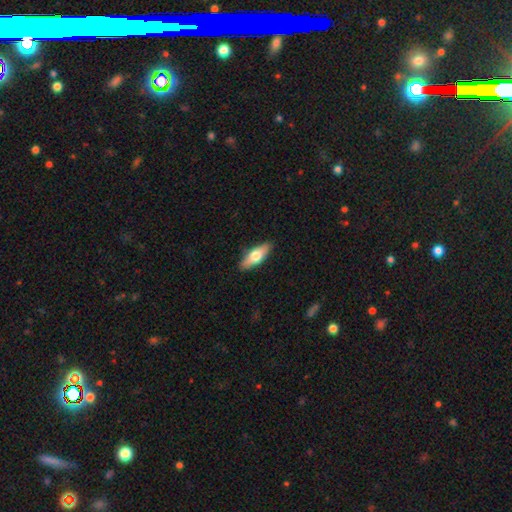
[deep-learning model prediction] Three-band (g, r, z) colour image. It shows a smooth galaxy with no disk features (63%) that is in between round and cigar-shaped (68%). Merging: none (88%).